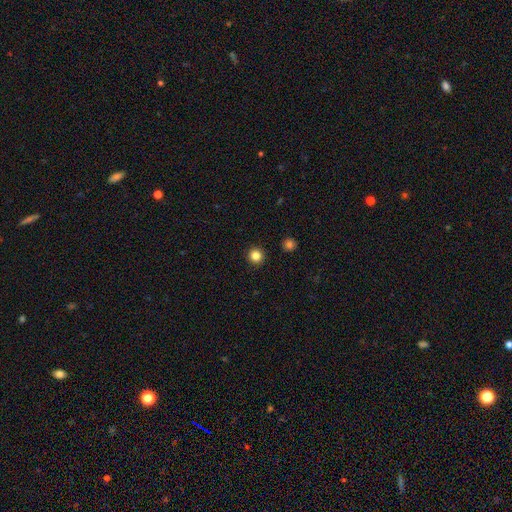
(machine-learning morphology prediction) smooth_or_featured: smooth (p=0.83) [alt: star or artifact p=0.12]
how_rounded: round (p=0.95) [alt: in between p=0.04]
merging: none (p=0.93) [alt: minor disturbance p=0.04]